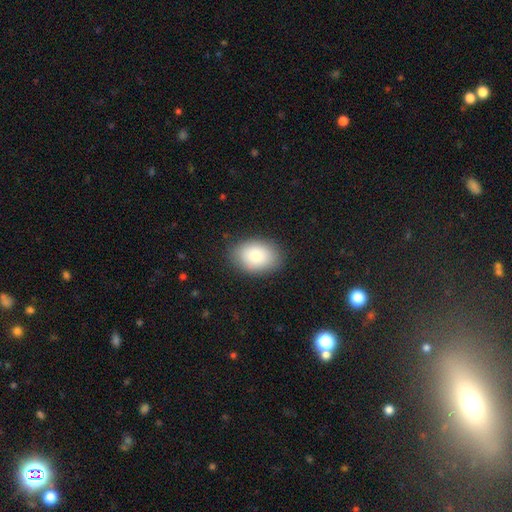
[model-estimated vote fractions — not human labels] smooth-or-featured: smooth: 79% | featured or disk: 13% | star or artifact: 8%
  how-rounded: in between: 78% | round: 21% | cigar-shaped: 1%
  merging: none: 85% | minor disturbance: 11% | major disturbance: 3% | merger: 1%